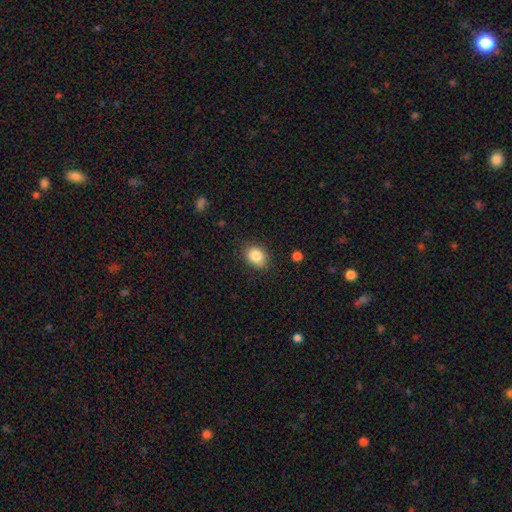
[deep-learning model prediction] Smooth or featured?
  - smooth: 85% *
  - star or artifact: 9%
  - featured or disk: 6%
How rounded?
  - in between: 55% *
  - round: 44%
  - cigar-shaped: 1%
Merging?
  - none: 81% *
  - minor disturbance: 15%
  - major disturbance: 3%
  - merger: 2%